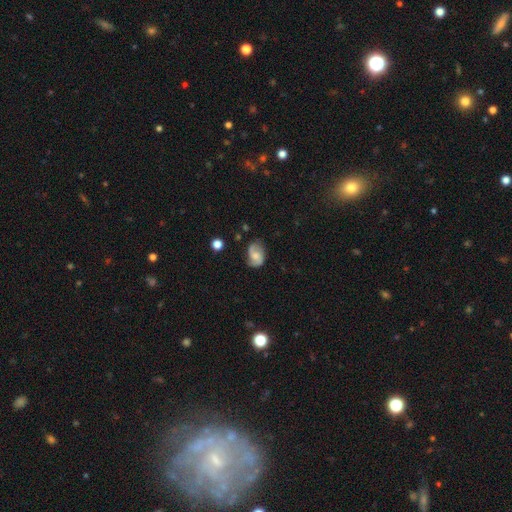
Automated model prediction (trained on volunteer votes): This appears to be a featured or disk galaxy (56%) with no bar (56%), spiral arms (89%) and a moderate central bulge (48%). Merging: none (65%).